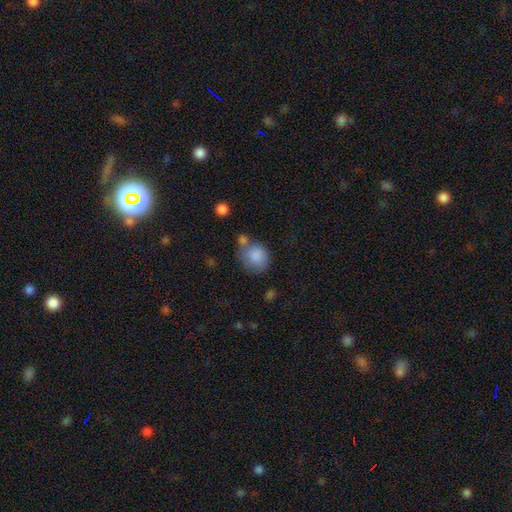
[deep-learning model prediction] Overall: smooth (84%). How rounded: round (68%; in between 30%). Merging: none (42%; merger 25%).